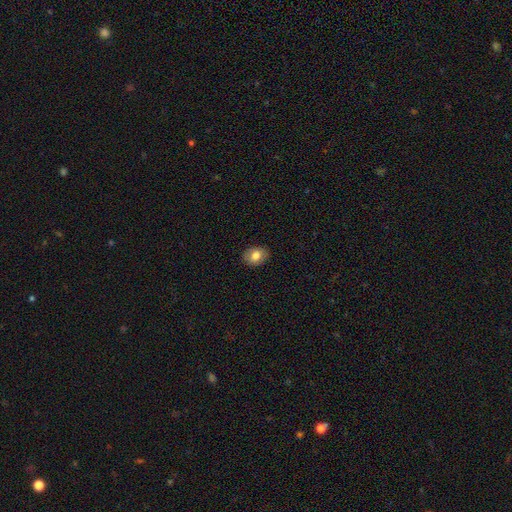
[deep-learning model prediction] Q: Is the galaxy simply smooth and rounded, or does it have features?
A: smooth — 79%.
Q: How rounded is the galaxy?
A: in between — 64%.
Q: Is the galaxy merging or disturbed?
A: none — 87%.